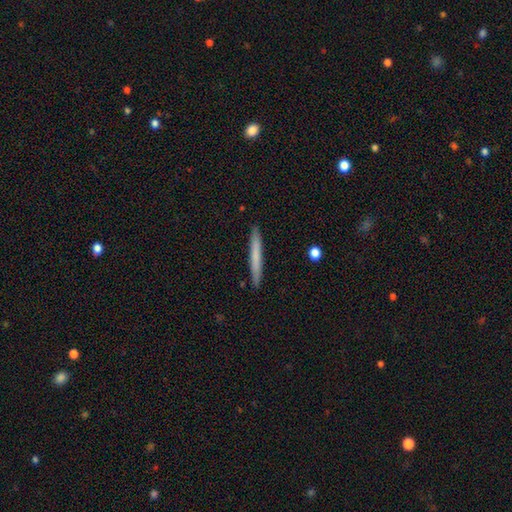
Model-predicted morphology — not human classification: This appears to be a smooth galaxy with no disk features (69%) that is cigar-shaped (97%). Merging: none (91%).